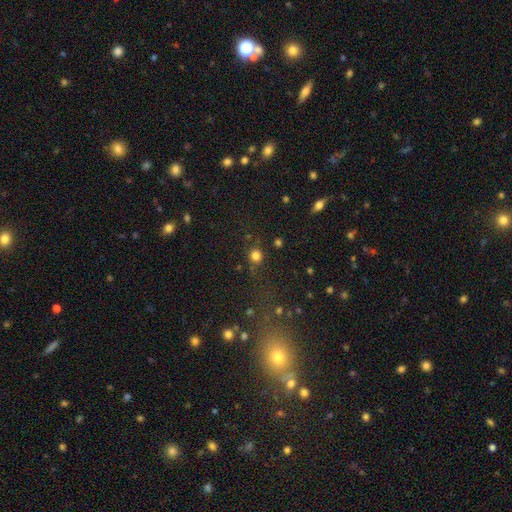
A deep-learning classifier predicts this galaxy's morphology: This appears to be a smooth galaxy with no disk features (80%) that is round (90%). Merging: none (81%).